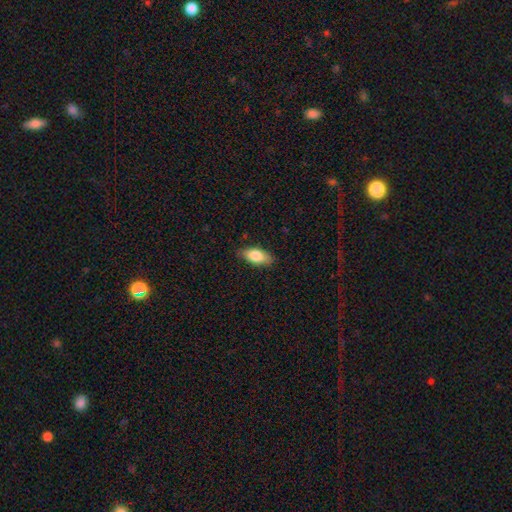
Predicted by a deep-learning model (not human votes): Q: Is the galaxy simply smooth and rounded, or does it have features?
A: smooth — 80%.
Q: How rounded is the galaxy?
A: in between — 86%.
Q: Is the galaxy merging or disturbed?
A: none — 84%.